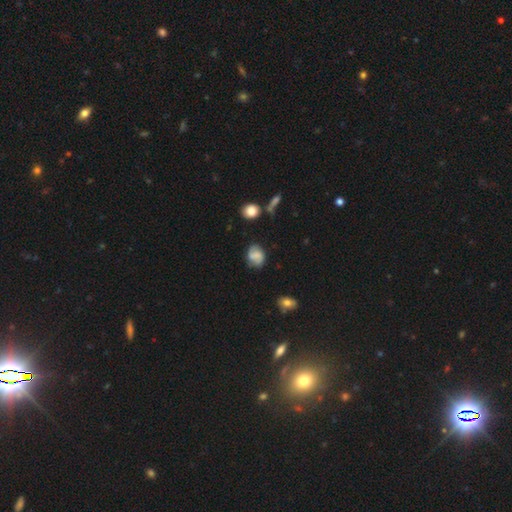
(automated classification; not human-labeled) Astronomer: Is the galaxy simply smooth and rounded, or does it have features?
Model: smooth — 48% (runner-up: featured or disk, 42%).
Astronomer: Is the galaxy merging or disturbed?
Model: none — 69%.